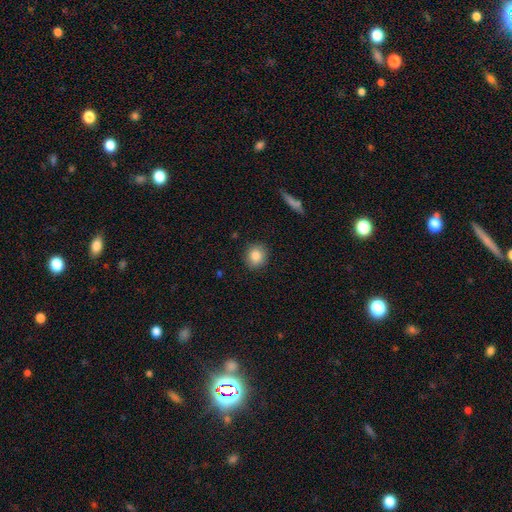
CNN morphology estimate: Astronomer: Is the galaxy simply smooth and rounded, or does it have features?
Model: smooth — 86%.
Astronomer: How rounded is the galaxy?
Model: round — 85%.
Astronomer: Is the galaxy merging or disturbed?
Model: none — 88%.